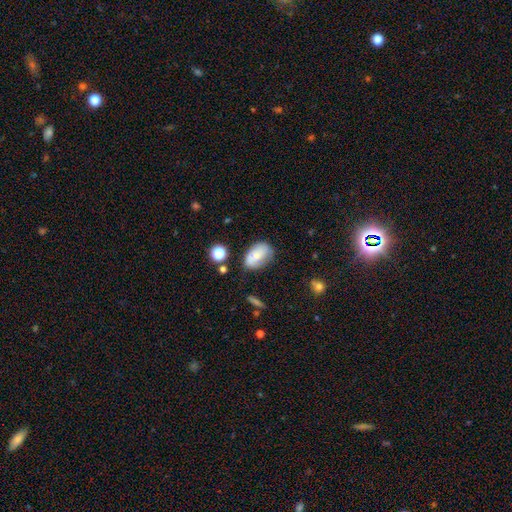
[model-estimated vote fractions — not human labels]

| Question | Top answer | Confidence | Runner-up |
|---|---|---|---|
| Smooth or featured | smooth | 65% | featured or disk (25%) |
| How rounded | in between | 88% | round (11%) |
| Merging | none | 58% | minor disturbance (28%) |